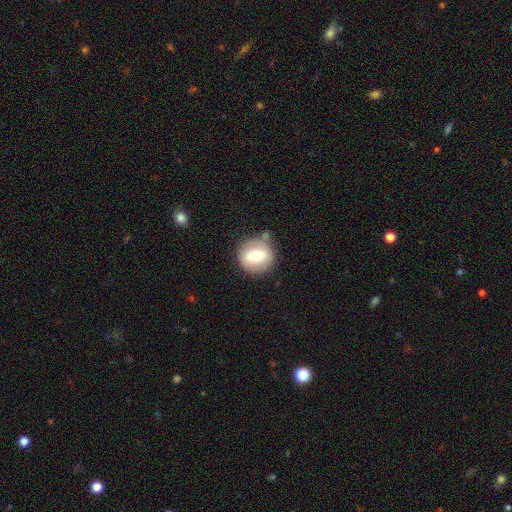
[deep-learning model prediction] smooth 65%, featured or disk 27%, star or artifact 8%. Down the decision tree: how rounded — round (88%); merging — none (74%).